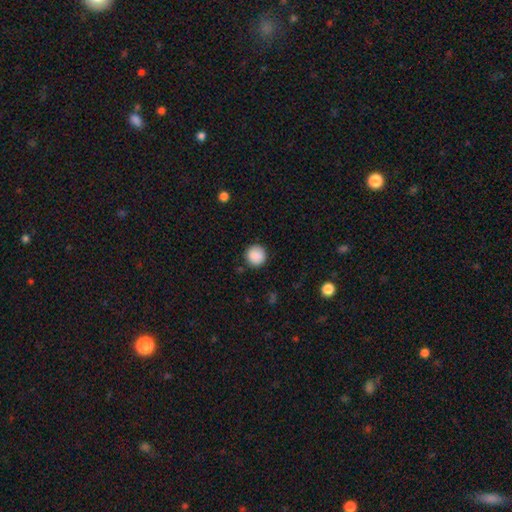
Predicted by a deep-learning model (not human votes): Overall: smooth (88%). How rounded: round (94%). Merging: none (89%).